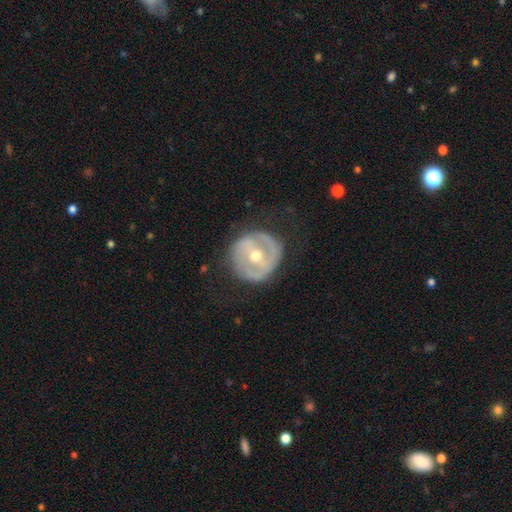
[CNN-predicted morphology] type=featured or disk (73%); edge-on=no (96%); bar=weak (37%); spiral arms=yes (54%); bulge=moderate (62%); merging=none (73%).